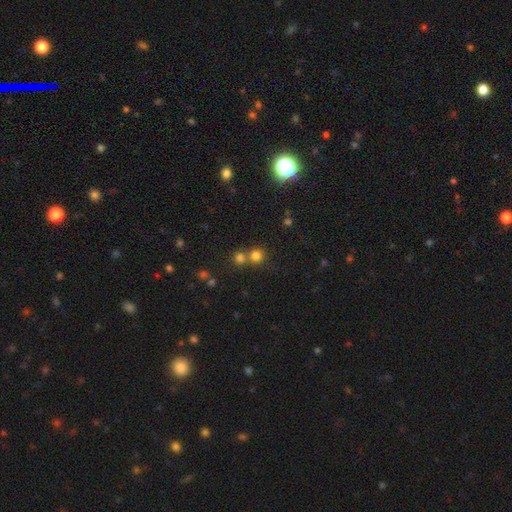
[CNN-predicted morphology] A smooth galaxy with no disk features (76%) that is round (91%). Merging: none (57%).